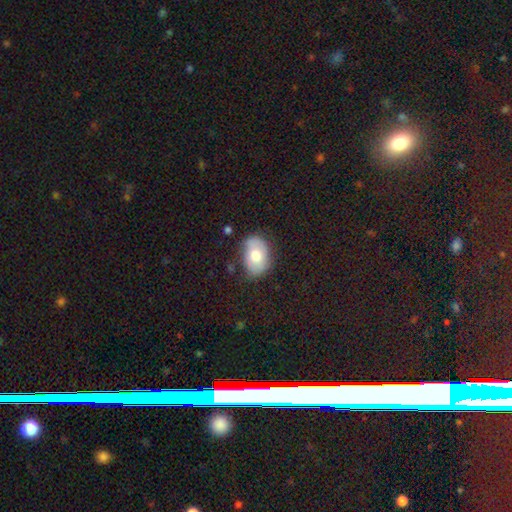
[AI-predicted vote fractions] smooth 68%, featured or disk 25%, star or artifact 7%. Down the decision tree: how rounded — in between (81%); merging — none (71%).